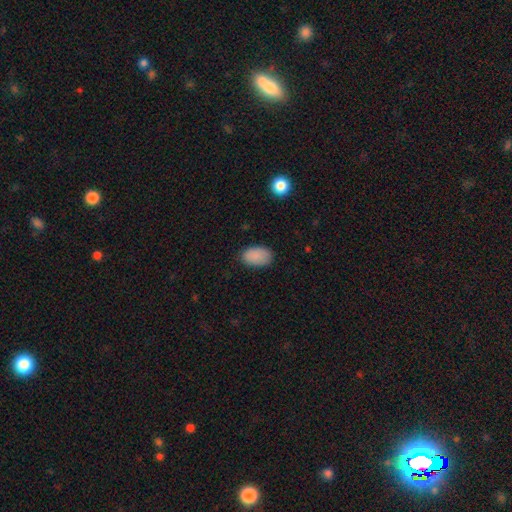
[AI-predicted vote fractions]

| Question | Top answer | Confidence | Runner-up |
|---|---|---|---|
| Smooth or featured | smooth | 89% | star or artifact (8%) |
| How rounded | in between | 93% | round (6%) |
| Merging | none | 84% | minor disturbance (12%) |